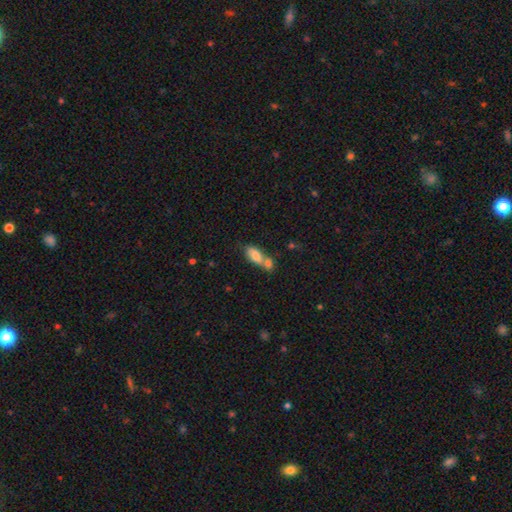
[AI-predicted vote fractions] Smooth or featured?
  - smooth: 77% *
  - featured or disk: 15%
  - star or artifact: 8%
How rounded?
  - in between: 85% *
  - cigar-shaped: 10%
  - round: 5%
Merging?
  - merger: 56% *
  - none: 29%
  - minor disturbance: 10%
  - major disturbance: 5%